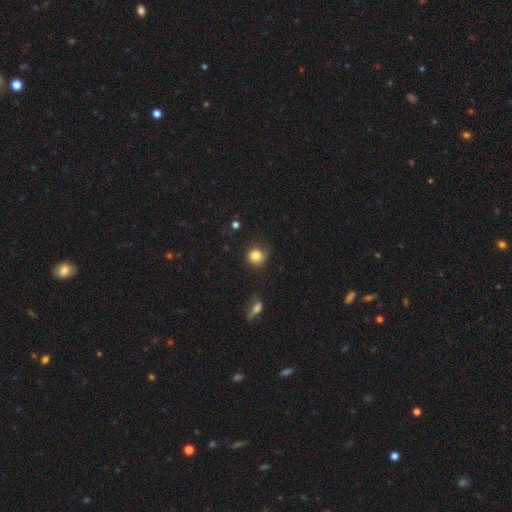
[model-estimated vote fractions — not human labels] This appears to be a smooth galaxy with no disk features (84%) that is round (87%). Merging: none (79%).